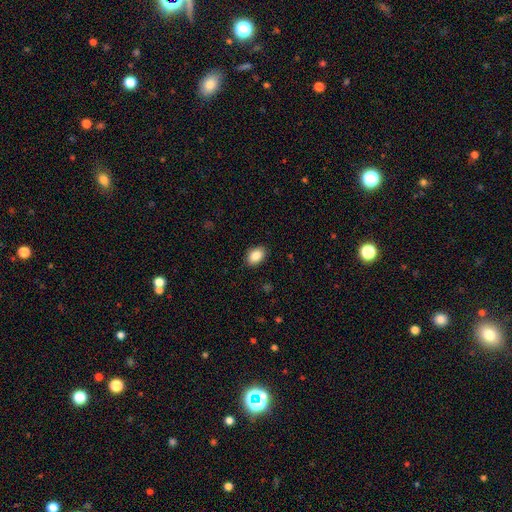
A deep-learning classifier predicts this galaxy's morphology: This appears to be a smooth galaxy with no disk features (88%) that is in between round and cigar-shaped (83%). Merging: none (89%).